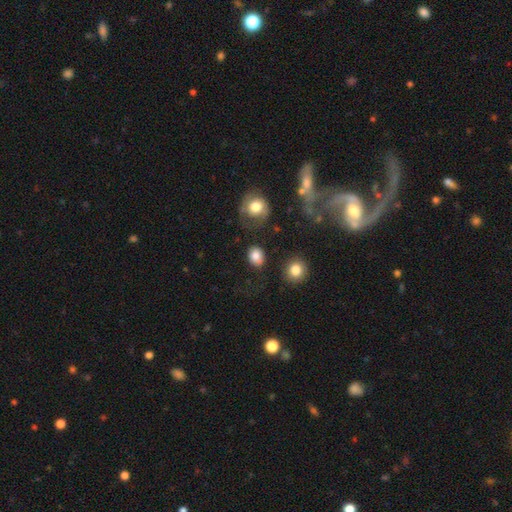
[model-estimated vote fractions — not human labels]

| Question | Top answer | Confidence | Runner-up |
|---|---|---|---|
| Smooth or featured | smooth | 82% | star or artifact (9%) |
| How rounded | in between | 50% | round (49%) |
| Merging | none | 79% | minor disturbance (12%) |